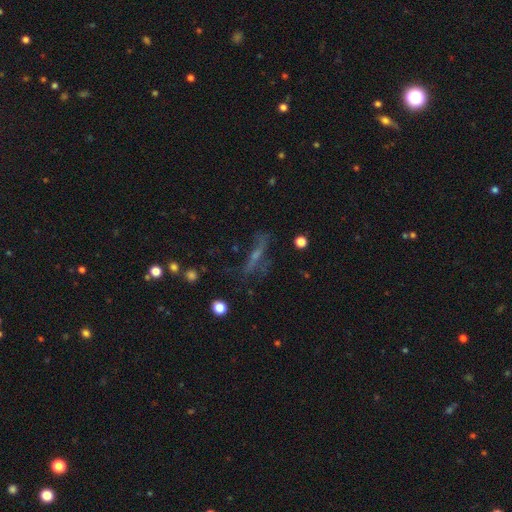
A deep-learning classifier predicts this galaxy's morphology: Smooth or featured?
  - featured or disk: 48% *
  - smooth: 29%
  - star or artifact: 23%
Merging?
  - none: 56% *
  - minor disturbance: 20%
  - major disturbance: 20%
  - merger: 4%